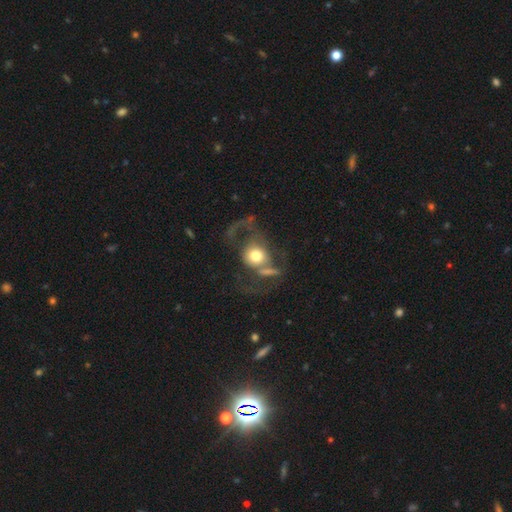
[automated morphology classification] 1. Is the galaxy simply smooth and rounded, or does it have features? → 48% smooth, 43% featured or disk, 9% star or artifact.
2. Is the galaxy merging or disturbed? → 46% major disturbance, 22% merger, 20% none, 12% minor disturbance.